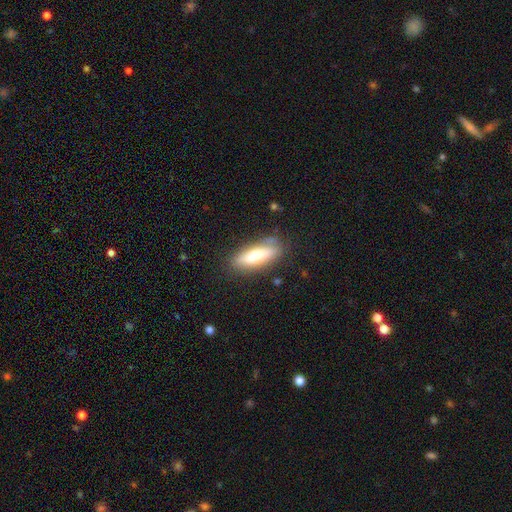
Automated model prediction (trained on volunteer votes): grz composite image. It shows a smooth galaxy with no disk features (72%) that is cigar-shaped (51%). Merging: none (78%).